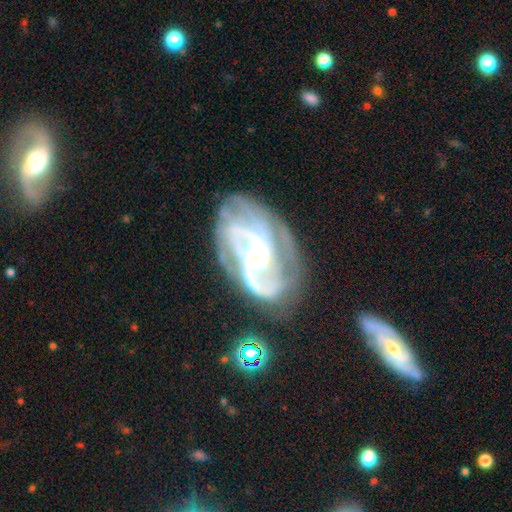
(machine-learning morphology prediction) A featured or disk galaxy (85%) with no bar (55%), tight (47%) spiral arms (92%) and a small central bulge (41%). Merging: none (57%).